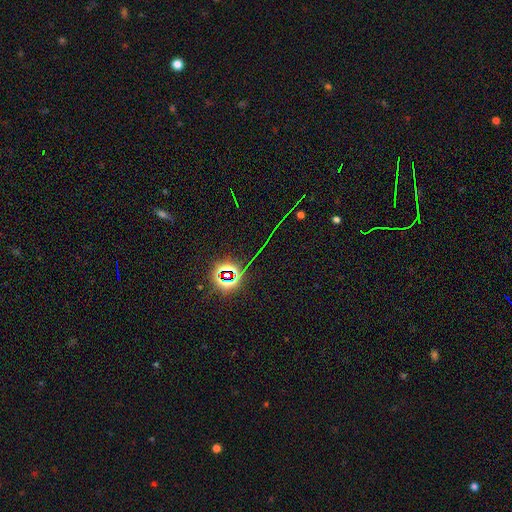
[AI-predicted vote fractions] star or artifact 84%, smooth 9%, featured or disk 7%.